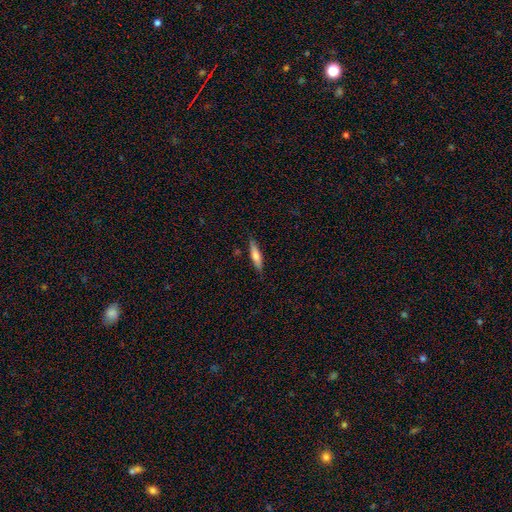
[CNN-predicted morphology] Smooth or featured: smooth — 63% (featured or disk — 32%)
How rounded: cigar-shaped — 77% (in between — 21%)
Merging: none — 85% (minor disturbance — 11%)